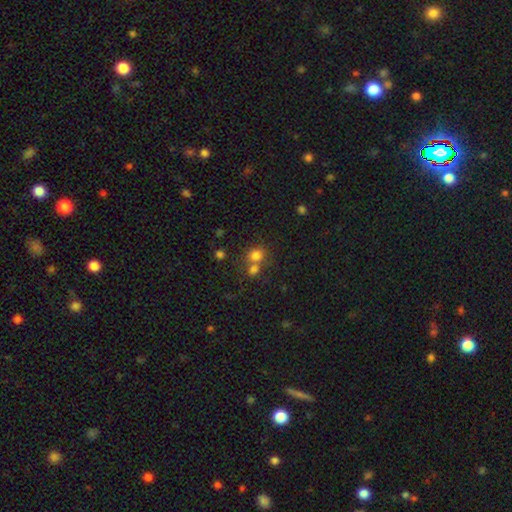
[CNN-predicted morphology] smooth-or-featured: smooth: 77% | star or artifact: 14% | featured or disk: 9%
  how-rounded: round: 74% | in between: 25% | cigar-shaped: 1%
  merging: merger: 45% | none: 44% | minor disturbance: 8% | major disturbance: 4%